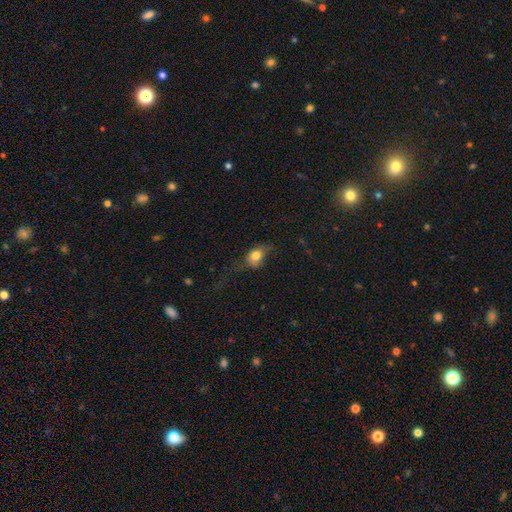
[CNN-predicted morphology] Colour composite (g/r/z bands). It shows a smooth galaxy with no disk features (74%) that is in between round and cigar-shaped (62%). Merging: major disturbance (35%).